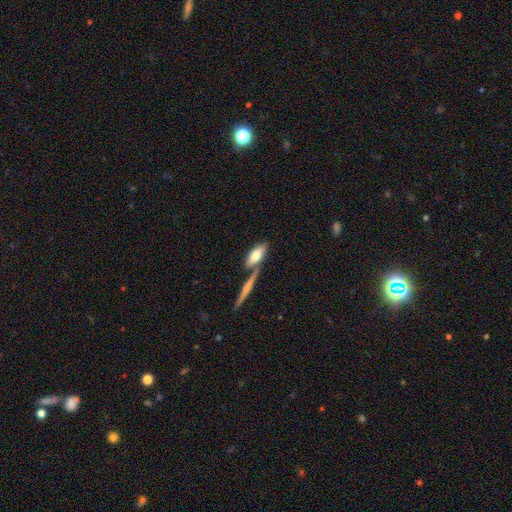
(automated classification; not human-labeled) Overall: smooth (68%). How rounded: in between (71%). Merging: none (54%; merger 28%).